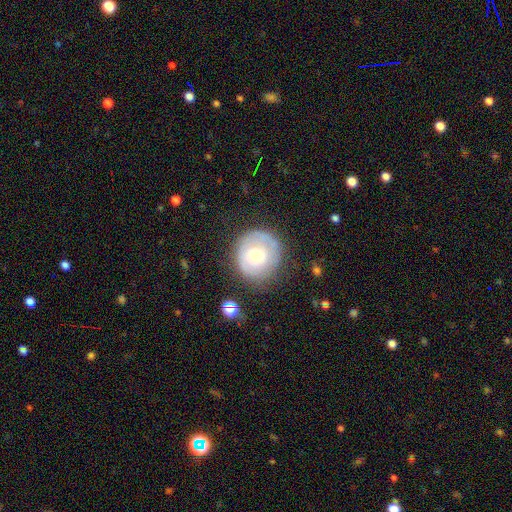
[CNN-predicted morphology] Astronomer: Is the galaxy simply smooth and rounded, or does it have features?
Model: smooth — 54% (runner-up: featured or disk, 38%).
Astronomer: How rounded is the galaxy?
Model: round — 88%.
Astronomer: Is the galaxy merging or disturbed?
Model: none — 67%.